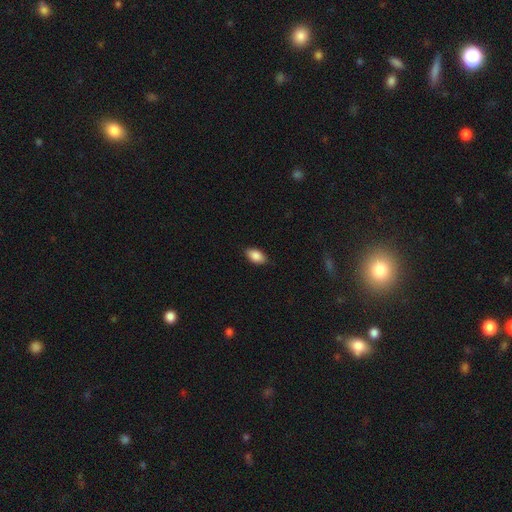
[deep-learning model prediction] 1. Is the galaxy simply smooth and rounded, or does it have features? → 88% smooth, 7% star or artifact, 5% featured or disk.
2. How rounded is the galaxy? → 92% in between, 5% round, 3% cigar-shaped.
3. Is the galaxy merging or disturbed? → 85% none, 12% minor disturbance, 2% major disturbance, 1% merger.